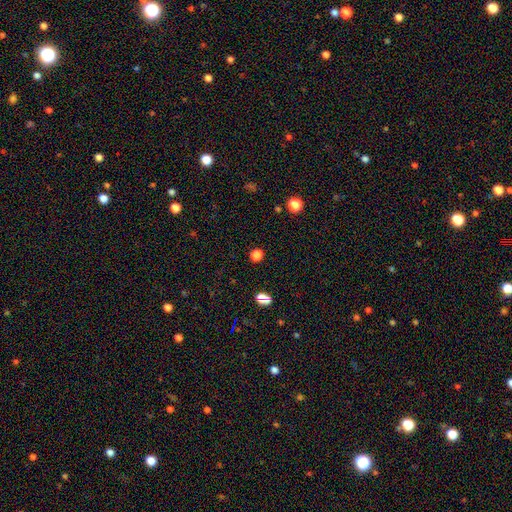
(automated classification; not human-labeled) smooth-or-featured: smooth: 71% | star or artifact: 24% | featured or disk: 4%
  how-rounded: round: 72% | in between: 27% | cigar-shaped: 1%
  merging: none: 86% | minor disturbance: 8% | major disturbance: 3% | merger: 3%